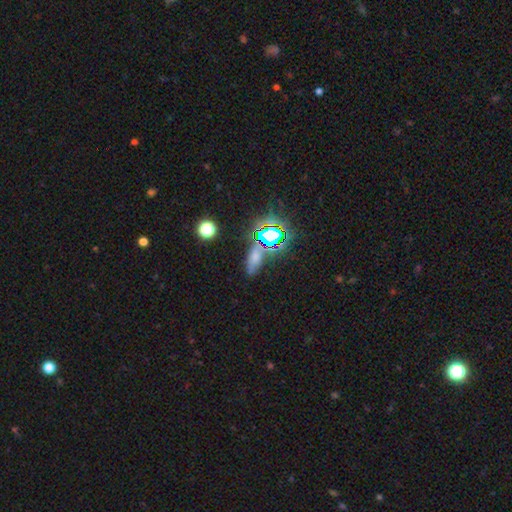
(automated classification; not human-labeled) Q: Smooth or featured?
A: smooth (46%); runner-up: star or artifact (39%)
Q: Merging?
A: none (71%); runner-up: minor disturbance (16%)